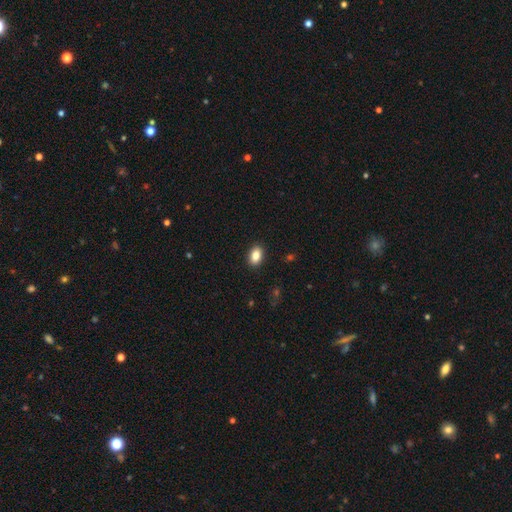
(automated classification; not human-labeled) smooth_or_featured: smooth (p=0.86) [alt: star or artifact p=0.08]
how_rounded: in between (p=0.87) [alt: round p=0.11]
merging: none (p=0.90) [alt: minor disturbance p=0.07]